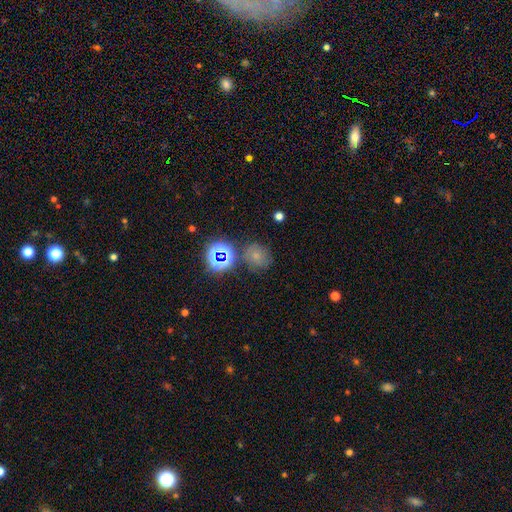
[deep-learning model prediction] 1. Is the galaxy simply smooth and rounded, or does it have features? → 55% smooth, 30% star or artifact, 15% featured or disk.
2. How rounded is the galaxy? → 76% round, 23% in between, 1% cigar-shaped.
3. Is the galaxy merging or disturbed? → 69% none, 16% minor disturbance, 9% merger, 6% major disturbance.